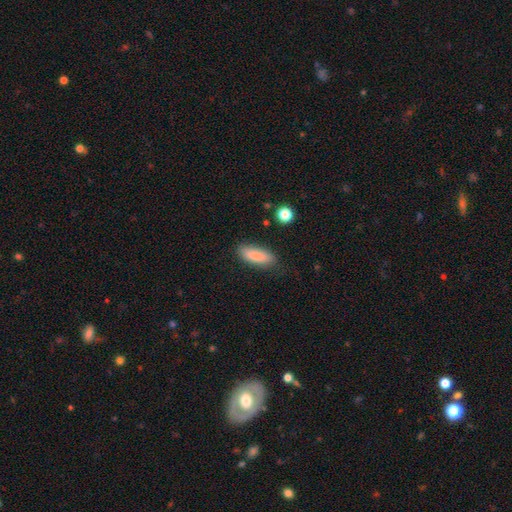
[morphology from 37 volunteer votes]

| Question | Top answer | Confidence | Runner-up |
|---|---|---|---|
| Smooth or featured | smooth | 86% | featured or disk (8%) |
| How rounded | in between | 72% | cigar-shaped (28%) |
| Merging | none | 86% | minor disturbance (14%) |